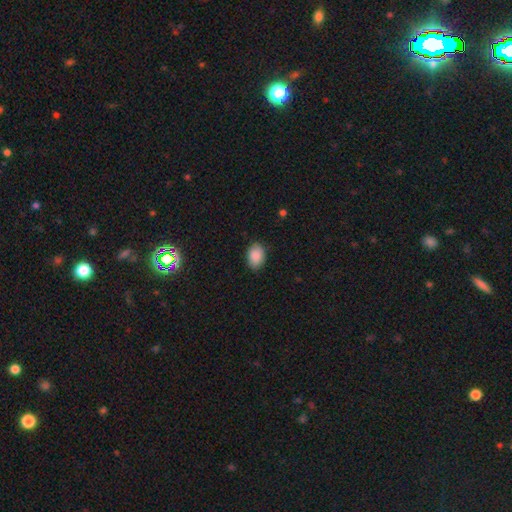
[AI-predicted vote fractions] The model was most divided on "how rounded": in between: 83%, round: 16%, cigar-shaped: 1%. More confident: smooth or featured — smooth (88%); merging — none (82%).